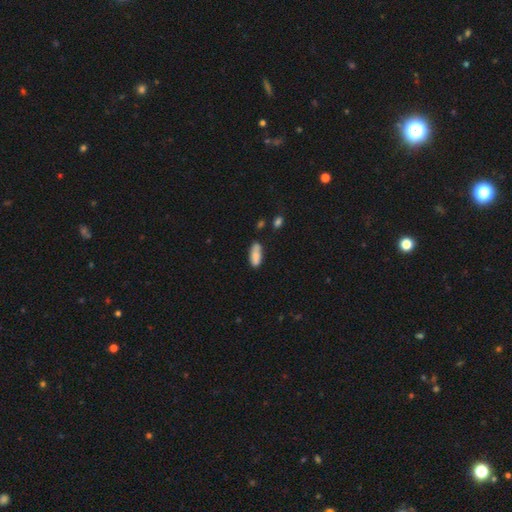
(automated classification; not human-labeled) Smooth or featured?
  - smooth: 85% *
  - featured or disk: 8%
  - star or artifact: 7%
How rounded?
  - in between: 73% *
  - cigar-shaped: 25%
  - round: 2%
Merging?
  - none: 72% *
  - minor disturbance: 20%
  - merger: 4%
  - major disturbance: 4%